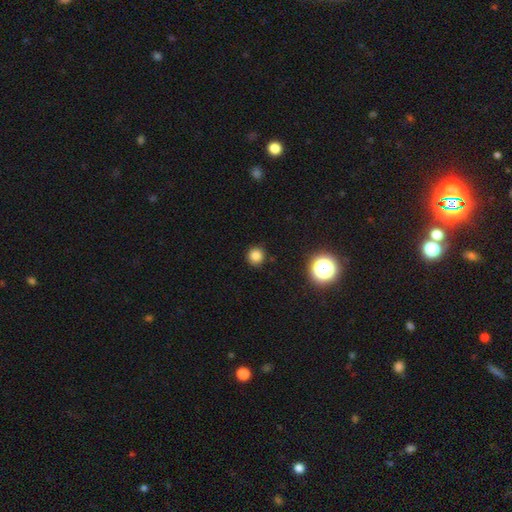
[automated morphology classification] The model was most divided on "smooth or featured": smooth: 81%, star or artifact: 15%, featured or disk: 4%. More confident: how rounded — round (93%); merging — none (90%).